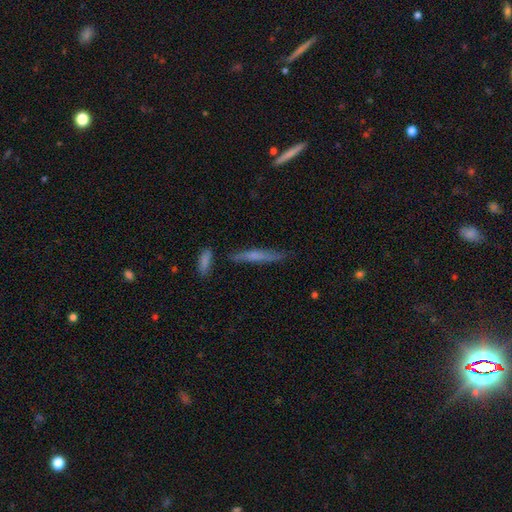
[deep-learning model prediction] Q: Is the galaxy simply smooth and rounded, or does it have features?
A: smooth — 51%.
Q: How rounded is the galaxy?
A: cigar-shaped — 92%.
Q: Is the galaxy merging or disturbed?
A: none — 75%.